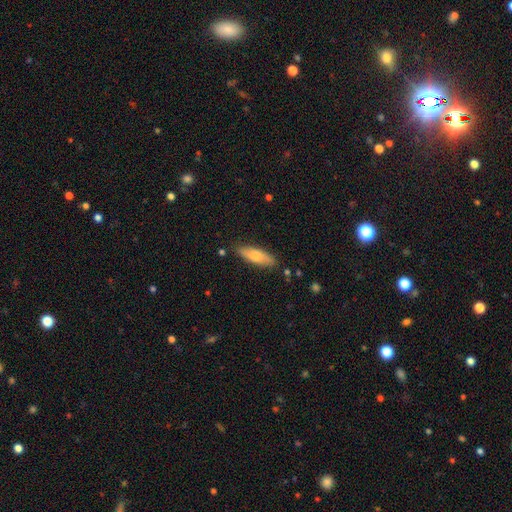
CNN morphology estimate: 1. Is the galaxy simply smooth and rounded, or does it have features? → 73% smooth, 21% featured or disk, 6% star or artifact.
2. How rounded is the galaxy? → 49% in between (tied), 49% cigar-shaped (tied), 2% round.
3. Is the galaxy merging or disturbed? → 83% none, 12% minor disturbance, 2% major disturbance, 2% merger.